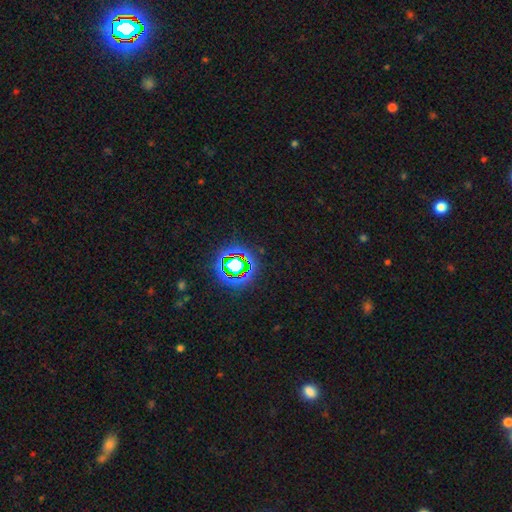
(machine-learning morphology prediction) Smooth or featured?
  - star or artifact: 70% *
  - smooth: 19%
  - featured or disk: 10%